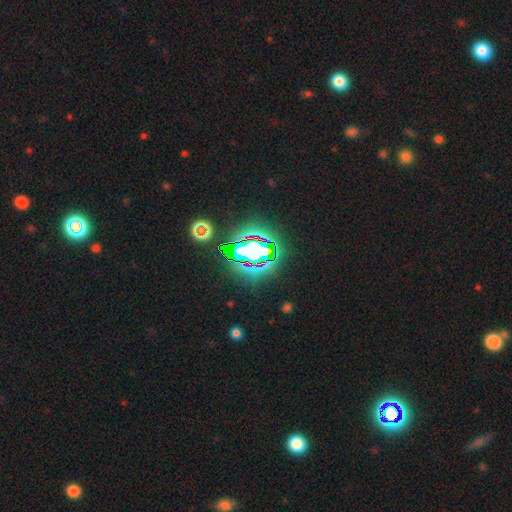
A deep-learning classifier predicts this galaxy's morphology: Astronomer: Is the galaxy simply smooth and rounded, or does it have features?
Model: star or artifact — 73%.